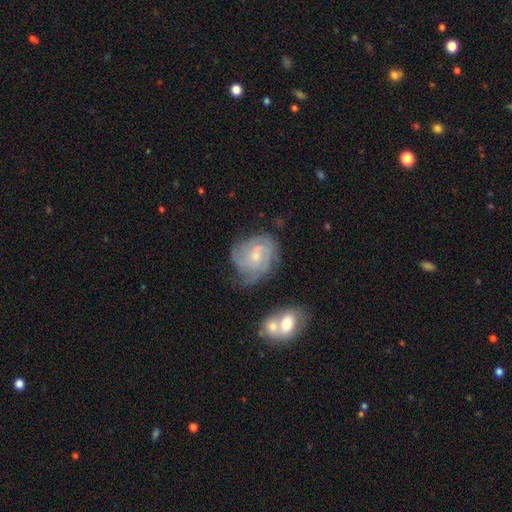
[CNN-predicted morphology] This appears to be a featured or disk galaxy (76%) with no bar (64%), tight (57%) spiral arms (91%) and a small central bulge (66%). Merging: none (54%).